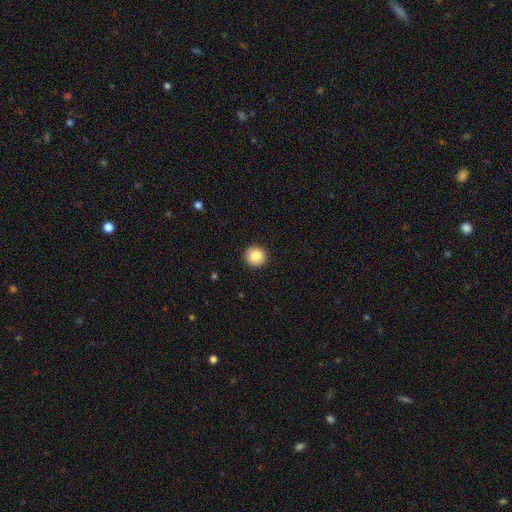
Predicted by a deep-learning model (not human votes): A smooth galaxy with no disk features (85%) that is round (92%). Merging: none (92%).